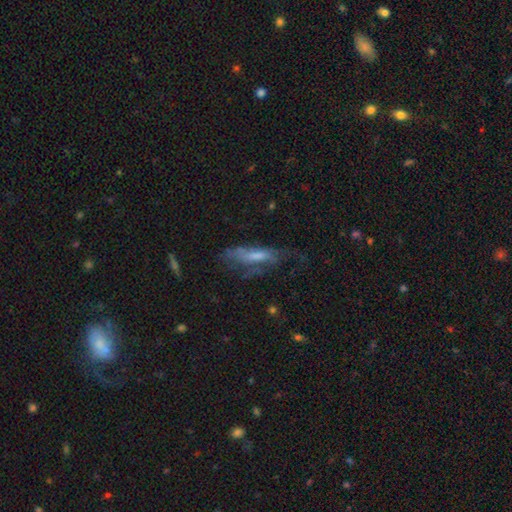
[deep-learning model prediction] Morphology: type=featured or disk (50%); merging=none (45%).